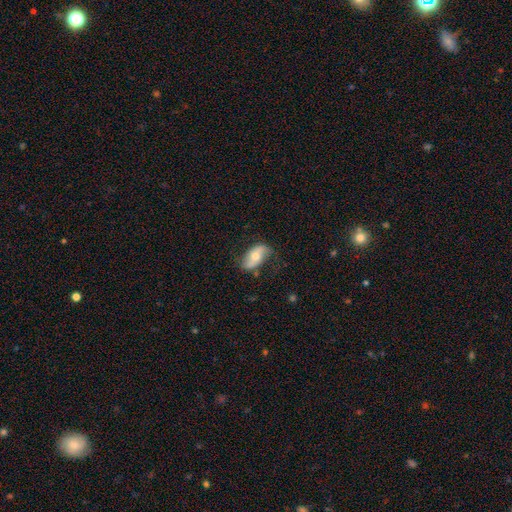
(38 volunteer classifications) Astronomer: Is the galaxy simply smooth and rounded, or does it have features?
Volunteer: featured or disk — 53% (runner-up: smooth, 45%).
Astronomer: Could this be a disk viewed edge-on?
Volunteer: no — 95%.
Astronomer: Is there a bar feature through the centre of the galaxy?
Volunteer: no — 63%.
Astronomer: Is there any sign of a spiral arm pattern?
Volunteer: yes — 84%.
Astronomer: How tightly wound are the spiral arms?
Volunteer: loose — 88%.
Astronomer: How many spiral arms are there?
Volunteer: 2 — 100%.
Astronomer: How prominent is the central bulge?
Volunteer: moderate — 63%.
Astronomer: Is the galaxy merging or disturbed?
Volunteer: none — 62%.